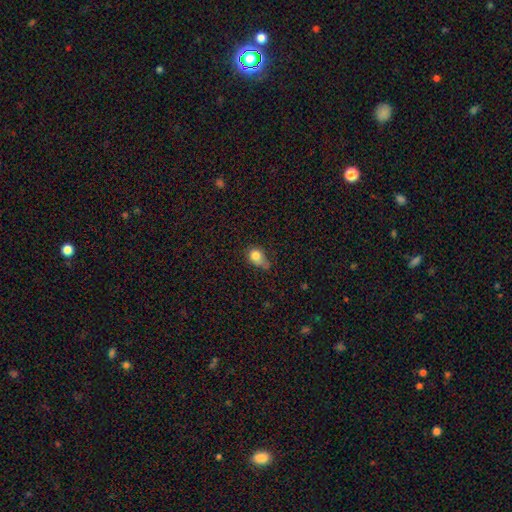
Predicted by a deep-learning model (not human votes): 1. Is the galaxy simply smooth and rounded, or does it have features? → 80% smooth, 11% star or artifact, 9% featured or disk.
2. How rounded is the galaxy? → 52% round, 46% in between, 2% cigar-shaped.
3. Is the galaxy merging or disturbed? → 40% minor disturbance (tied), 40% none (tied), 14% major disturbance, 6% merger.